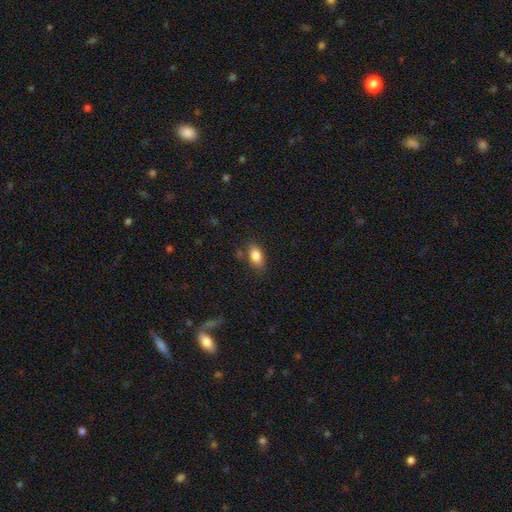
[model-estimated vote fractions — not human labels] Smooth or featured? smooth (84%)
How rounded? in between (88%)
Merging? none (77%)